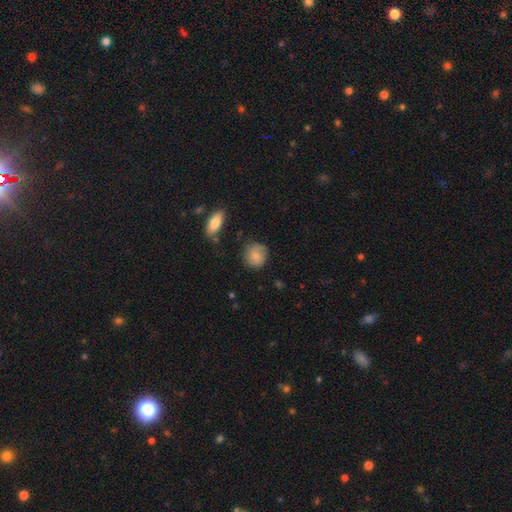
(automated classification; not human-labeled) Smooth or featured?
  - smooth: 79% *
  - featured or disk: 14%
  - star or artifact: 7%
How rounded?
  - round: 84% *
  - in between: 15%
  - cigar-shaped: 1%
Merging?
  - none: 73% *
  - minor disturbance: 20%
  - major disturbance: 5%
  - merger: 2%